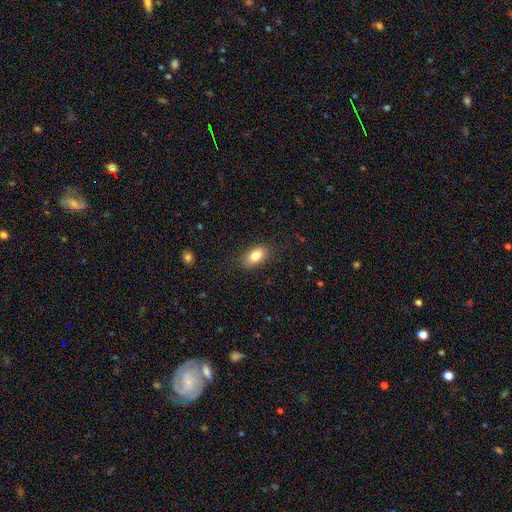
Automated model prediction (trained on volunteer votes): The model was most divided on "merging": none: 82%, minor disturbance: 13%, major disturbance: 4%, merger: 1%. More confident: how rounded — in between (90%); smooth or featured — smooth (83%).